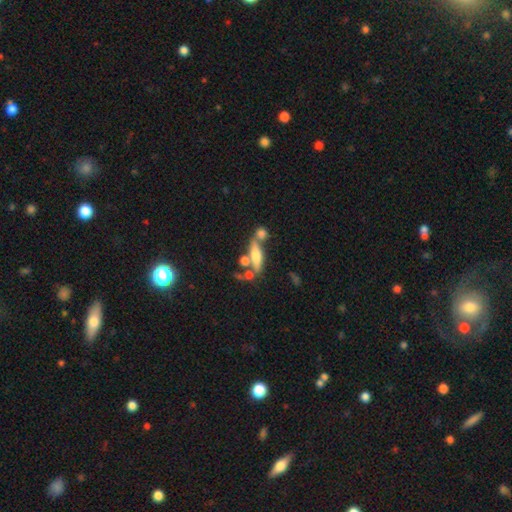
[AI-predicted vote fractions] Morphology: type=smooth (46%); merging=none (49%).